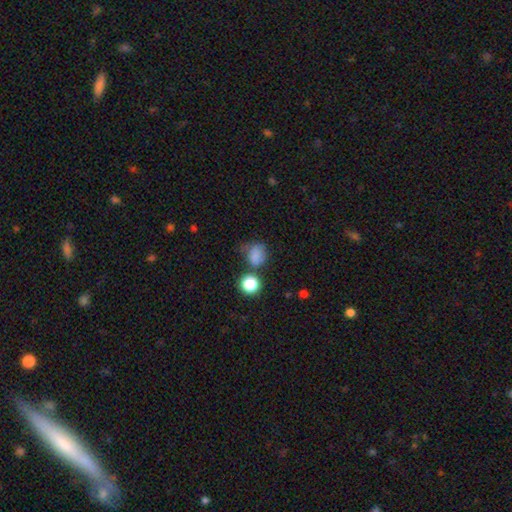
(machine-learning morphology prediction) Smooth or featured: smooth — 77% (star or artifact — 15%)
How rounded: round — 60% (in between — 39%)
Merging: none — 50% (minor disturbance — 26%)